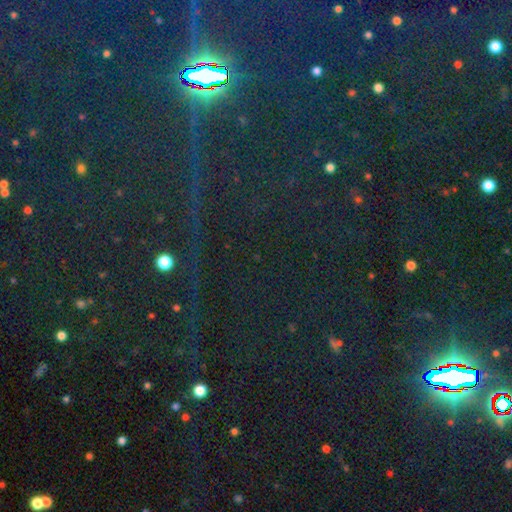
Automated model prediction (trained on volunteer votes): star or artifact 85%, smooth 8%, featured or disk 7%.